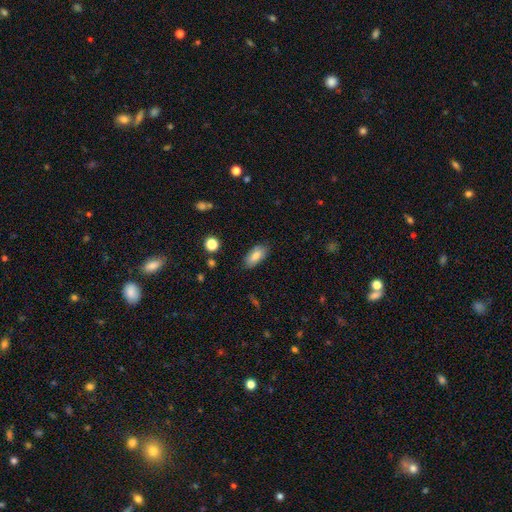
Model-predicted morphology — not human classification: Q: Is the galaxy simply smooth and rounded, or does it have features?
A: smooth — 77%.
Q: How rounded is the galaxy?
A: in between — 89%.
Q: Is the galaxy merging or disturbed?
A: none — 81%.